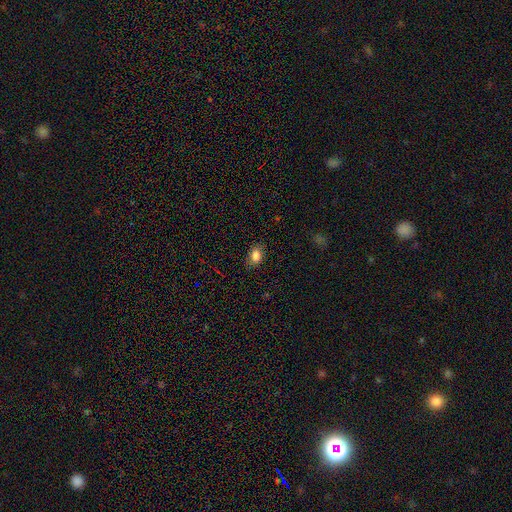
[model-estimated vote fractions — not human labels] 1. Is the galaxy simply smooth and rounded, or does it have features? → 83% smooth, 10% star or artifact, 6% featured or disk.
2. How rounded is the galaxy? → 78% in between, 20% round, 2% cigar-shaped.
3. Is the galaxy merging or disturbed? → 84% none, 12% minor disturbance, 3% major disturbance, 1% merger.